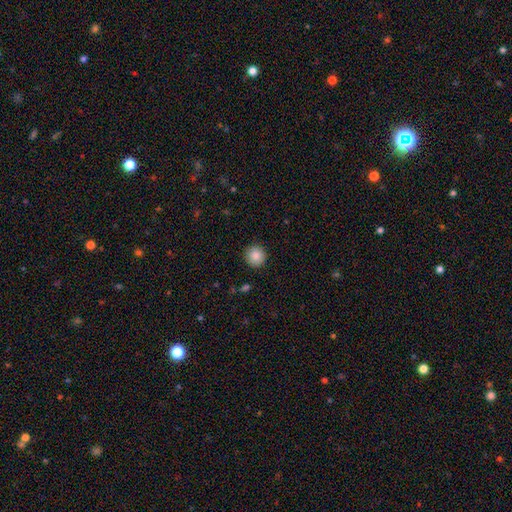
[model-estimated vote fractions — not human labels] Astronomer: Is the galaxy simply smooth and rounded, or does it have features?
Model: smooth — 87%.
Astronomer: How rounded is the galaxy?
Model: round — 94%.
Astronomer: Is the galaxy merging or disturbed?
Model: none — 91%.